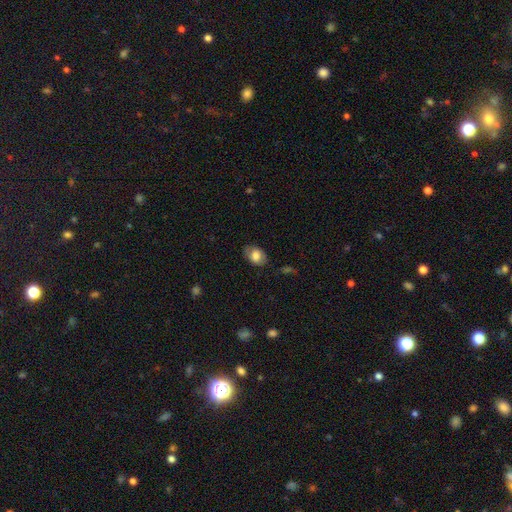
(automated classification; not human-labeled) Morphology: type=smooth (73%); roundness=in between (84%); merging=none (78%).